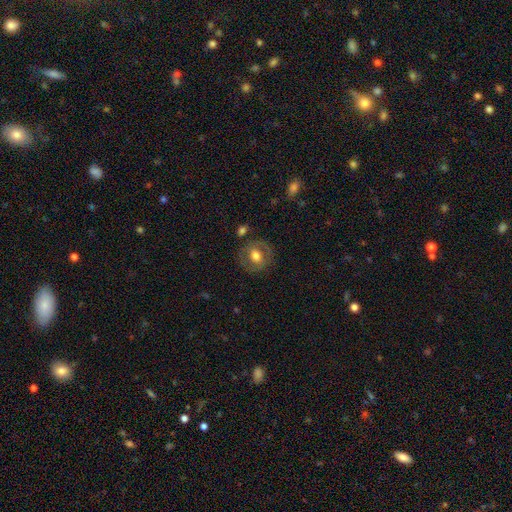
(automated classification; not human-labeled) A smooth galaxy with no disk features (53%) that is round (81%).

Vote fractions:
- Smooth or featured? smooth: 53% / featured or disk: 40% / star or artifact: 7%
- How rounded? round: 81% / in between: 18% / cigar-shaped: 1%
- Merging? none: 81% / minor disturbance: 12% / major disturbance: 5% / merger: 2%